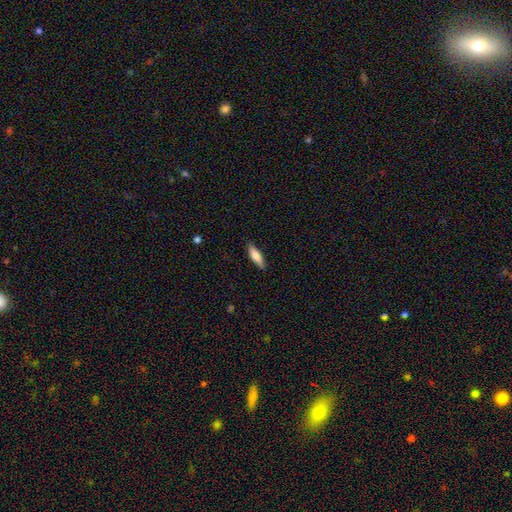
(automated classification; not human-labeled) A smooth galaxy with no disk features (73%) that is cigar-shaped (57%). Merging: none (87%).